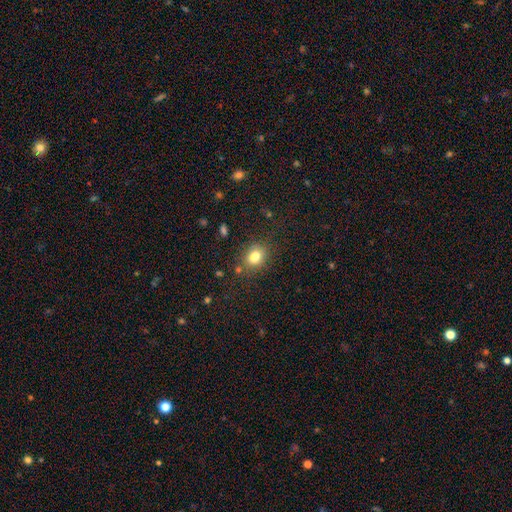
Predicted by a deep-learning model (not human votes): Morphology: type=smooth (79%); roundness=round (50%); merging=none (69%).